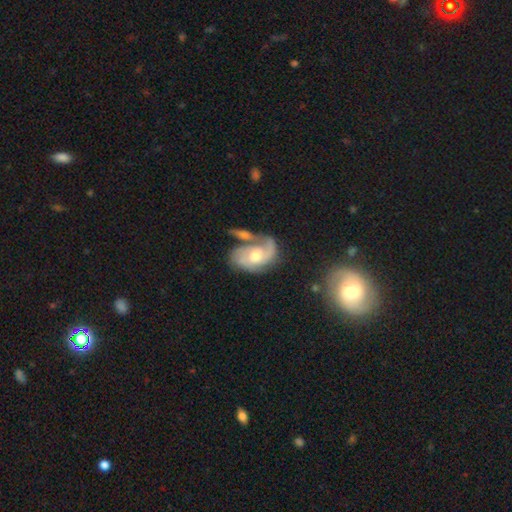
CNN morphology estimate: Q: Smooth or featured?
A: featured or disk (80%); runner-up: smooth (14%)
Q: Edge-on disk?
A: no (97%); runner-up: yes (3%)
Q: Bar?
A: no (60%); runner-up: weak (34%)
Q: Spiral arms?
A: yes (92%); runner-up: no (8%)
Q: Spiral winding?
A: medium (45%); runner-up: tight (36%)
Q: Spiral arm count?
A: 2 (53%); runner-up: can't tell (15%)
Q: Bulge size?
A: moderate (70%); runner-up: small (18%)
Q: Merging?
A: none (39%); runner-up: merger (26%)